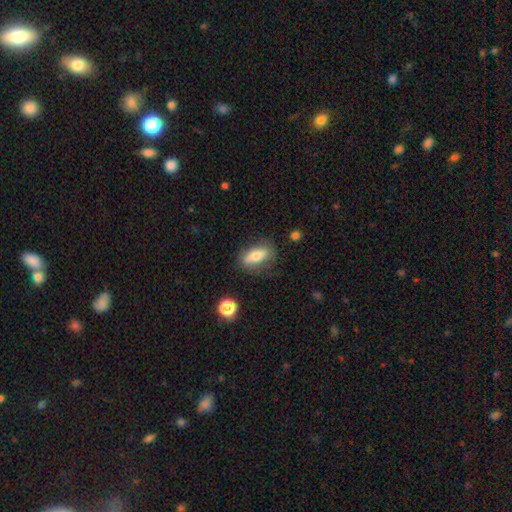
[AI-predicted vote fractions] smooth-or-featured: smooth: 67% | featured or disk: 25% | star or artifact: 7%
  how-rounded: in between: 80% | cigar-shaped: 15% | round: 5%
  merging: none: 76% | minor disturbance: 17% | major disturbance: 5% | merger: 2%